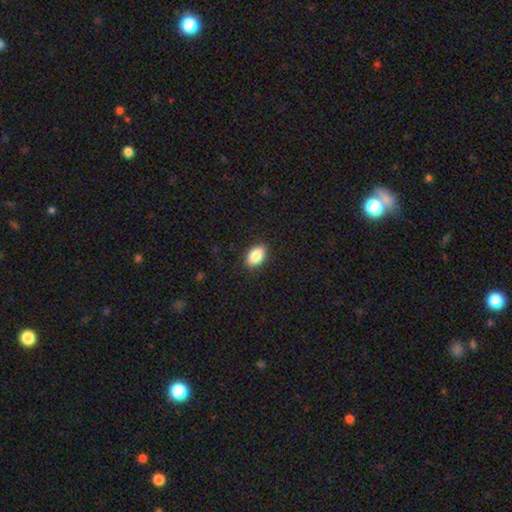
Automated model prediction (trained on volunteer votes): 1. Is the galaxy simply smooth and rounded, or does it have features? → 86% smooth, 7% star or artifact, 7% featured or disk.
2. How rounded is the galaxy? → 91% in between, 7% round, 2% cigar-shaped.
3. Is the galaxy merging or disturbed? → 88% none, 9% minor disturbance, 2% major disturbance, 1% merger.